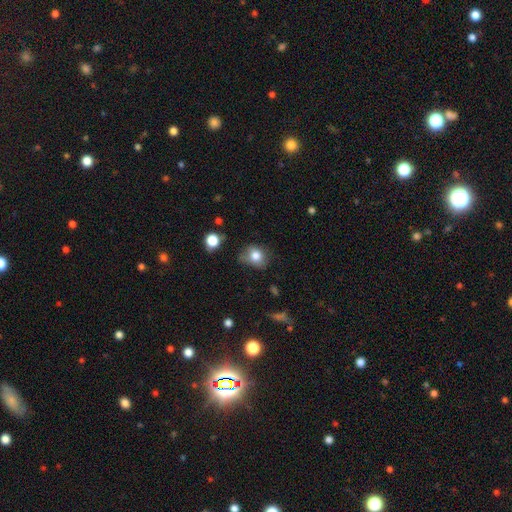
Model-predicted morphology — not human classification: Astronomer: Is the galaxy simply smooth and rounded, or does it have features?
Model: smooth — 79%.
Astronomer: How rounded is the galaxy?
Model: round — 55% (runner-up: in between, 44%).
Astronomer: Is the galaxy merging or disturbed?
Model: none — 53% (runner-up: minor disturbance, 31%).